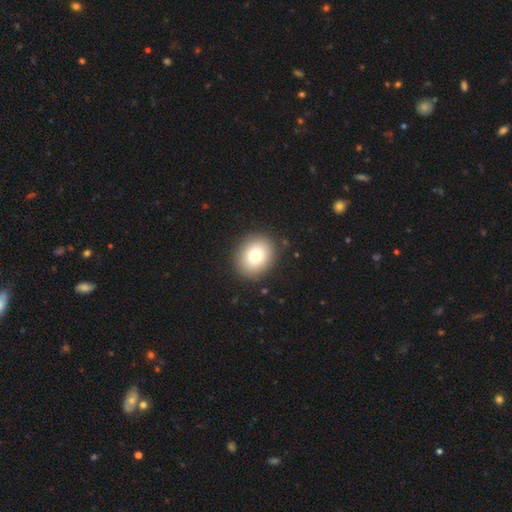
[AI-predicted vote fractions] A smooth galaxy with no disk features (78%) that is round (62%). Merging: none (89%).